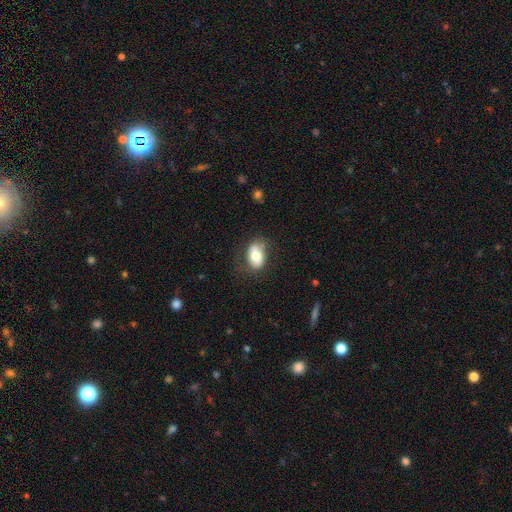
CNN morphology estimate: smooth-or-featured: smooth: 66% | featured or disk: 27% | star or artifact: 7%
  how-rounded: in between: 87% | round: 11% | cigar-shaped: 2%
  merging: none: 70% | minor disturbance: 21% | major disturbance: 8% | merger: 2%